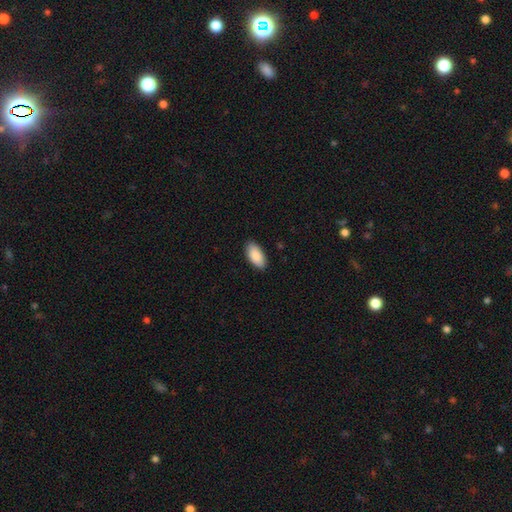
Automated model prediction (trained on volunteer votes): Morphology: type=smooth (89%); roundness=in between (94%); merging=none (88%).